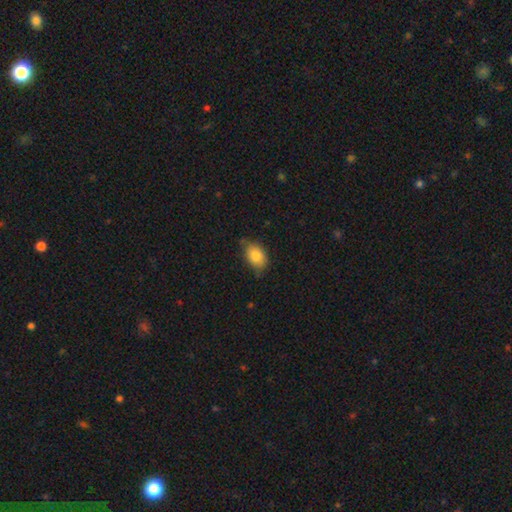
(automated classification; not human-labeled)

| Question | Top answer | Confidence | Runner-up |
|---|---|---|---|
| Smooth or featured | smooth | 83% | featured or disk (9%) |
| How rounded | in between | 85% | round (14%) |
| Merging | none | 66% | minor disturbance (28%) |